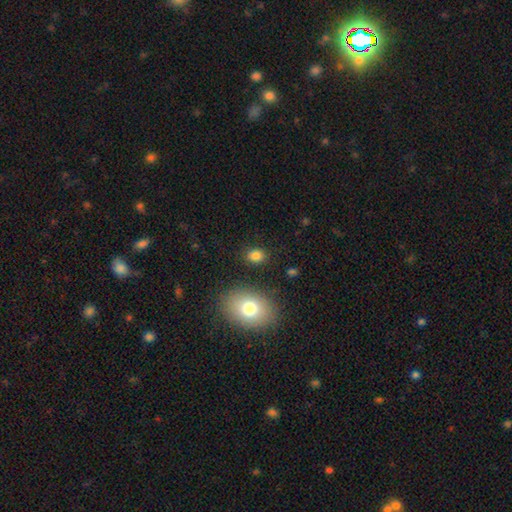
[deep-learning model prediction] Q: Smooth or featured?
A: smooth (83%); runner-up: star or artifact (11%)
Q: How rounded?
A: in between (56%); runner-up: round (43%)
Q: Merging?
A: none (85%); runner-up: minor disturbance (9%)